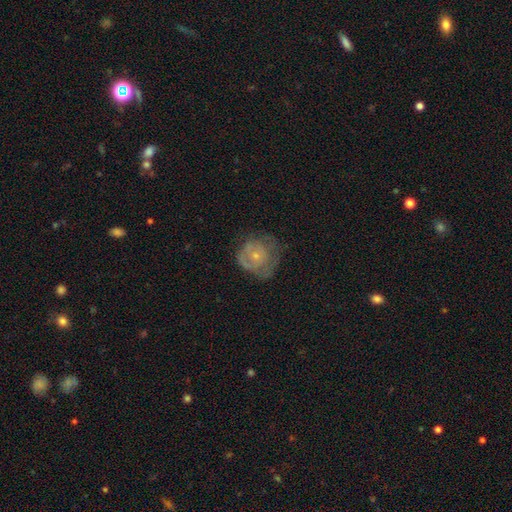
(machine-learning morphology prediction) smooth-or-featured: featured or disk: 50% | smooth: 42% | star or artifact: 9%
  merging: none: 50% | minor disturbance: 27% | major disturbance: 22% | merger: 2%